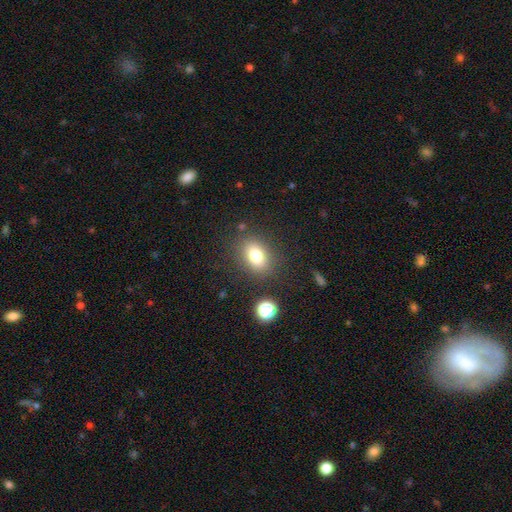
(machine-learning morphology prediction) This is likely a smooth galaxy (79%). How rounded: likely in between (74%). Merging: clearly none (81%).